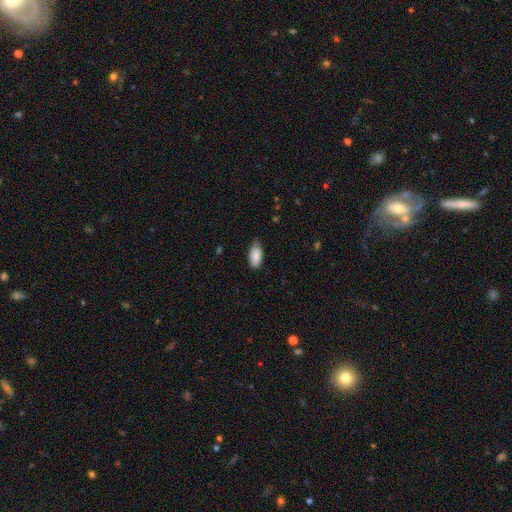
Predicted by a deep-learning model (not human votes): smooth 86%, featured or disk 8%, star or artifact 6%. Down the decision tree: how rounded — in between (91%); merging — none (72%).